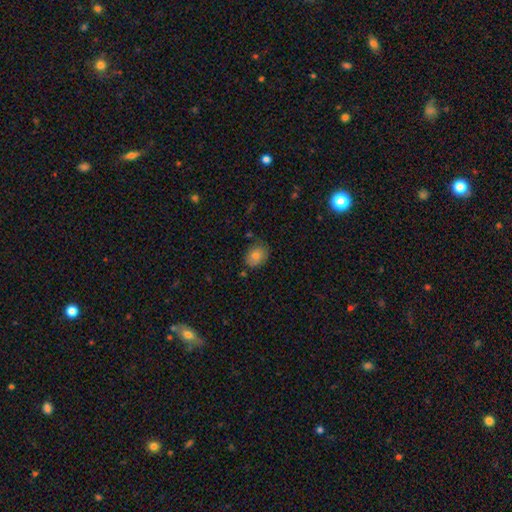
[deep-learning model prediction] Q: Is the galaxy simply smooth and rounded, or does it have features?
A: smooth — 77%.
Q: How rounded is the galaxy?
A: in between — 62%.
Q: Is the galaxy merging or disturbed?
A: none — 77%.